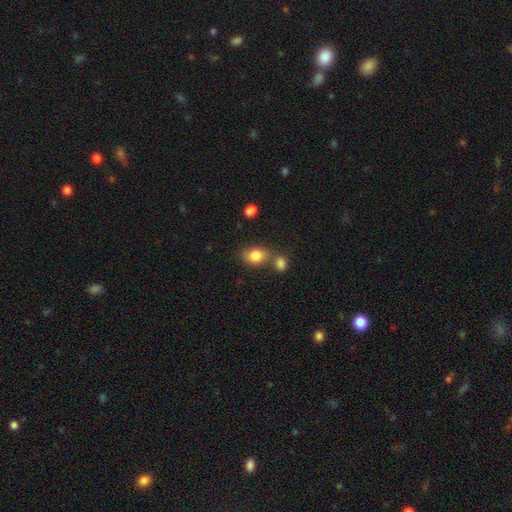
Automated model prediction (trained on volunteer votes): Overall: smooth (84%). How rounded: in between (63%; round 36%). Merging: none (54%; merger 28%).